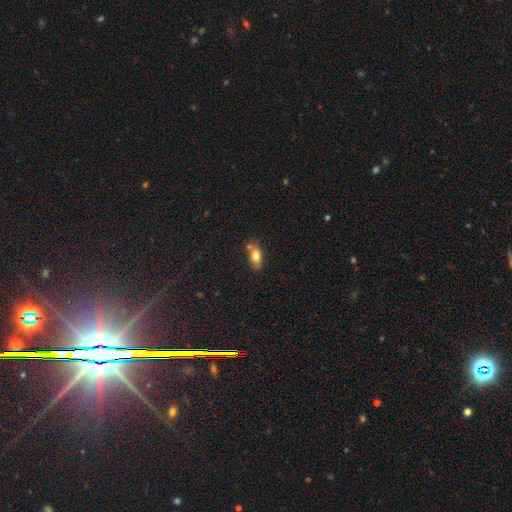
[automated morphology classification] type=smooth (75%); roundness=in between (84%); merging=none (61%).